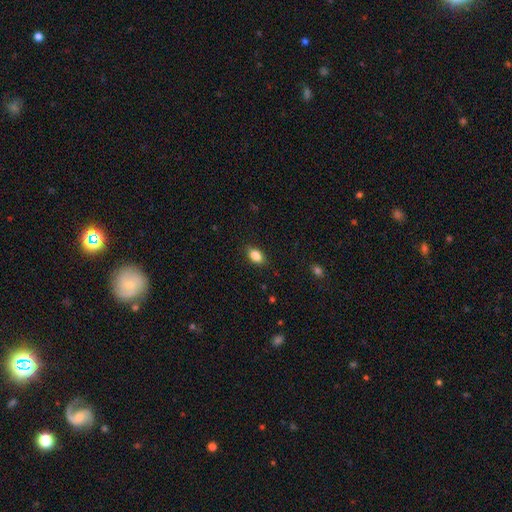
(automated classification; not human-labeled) A smooth galaxy with no disk features (86%) that is in between round and cigar-shaped (87%). Merging: none (87%).